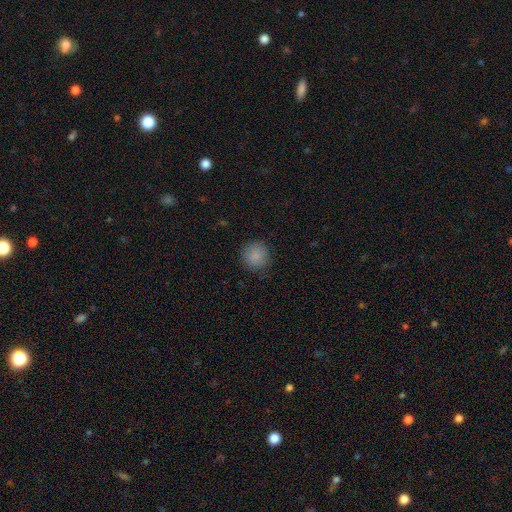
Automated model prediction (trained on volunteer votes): Smooth or featured?
  - smooth: 86% *
  - star or artifact: 9%
  - featured or disk: 4%
How rounded?
  - round: 92% *
  - in between: 7%
  - cigar-shaped: 1%
Merging?
  - none: 86% *
  - minor disturbance: 10%
  - major disturbance: 3%
  - merger: 1%